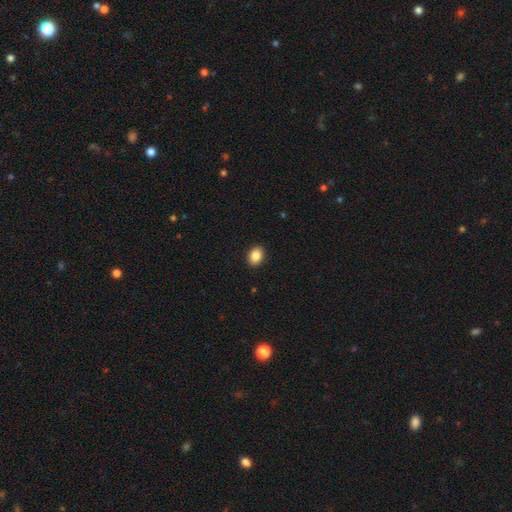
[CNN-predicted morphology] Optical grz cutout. It shows a smooth galaxy with no disk features (87%) that is in between round and cigar-shaped (70%). Merging: none (91%).